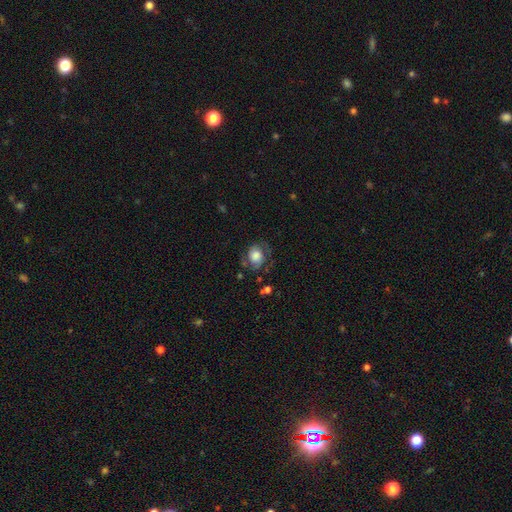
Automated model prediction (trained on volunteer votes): featured or disk 50%, smooth 42%, star or artifact 8%. Down the decision tree: merging — none (61%).